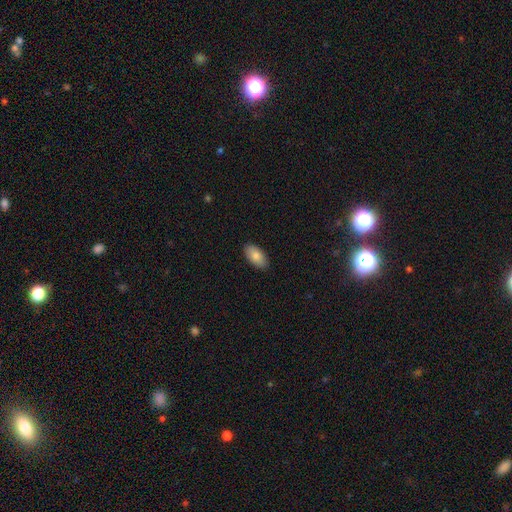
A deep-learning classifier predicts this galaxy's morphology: The model was most divided on "smooth or featured": smooth: 83%, featured or disk: 11%, star or artifact: 6%. More confident: how rounded — in between (94%); merging — none (88%).